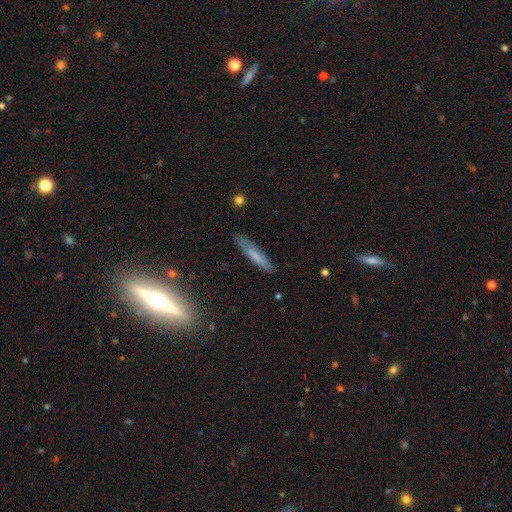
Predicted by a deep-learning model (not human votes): Smooth or featured?
  - smooth: 66% *
  - featured or disk: 26%
  - star or artifact: 8%
How rounded?
  - cigar-shaped: 88% *
  - in between: 11%
  - round: 2%
Merging?
  - none: 82% *
  - minor disturbance: 13%
  - major disturbance: 3%
  - merger: 2%